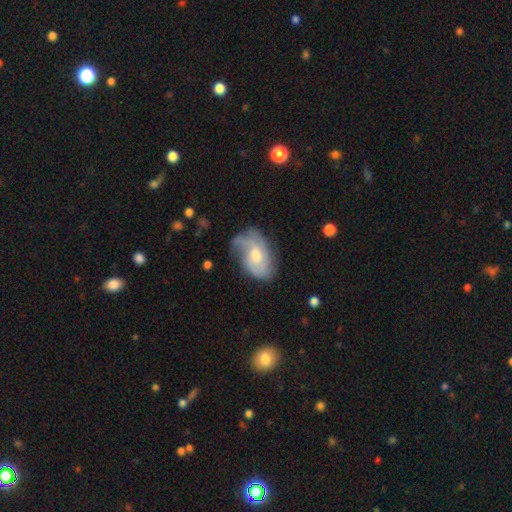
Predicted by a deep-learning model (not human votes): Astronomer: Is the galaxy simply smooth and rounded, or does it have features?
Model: featured or disk — 67%.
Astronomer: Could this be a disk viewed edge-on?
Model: no — 96%.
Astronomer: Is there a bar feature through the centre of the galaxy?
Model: no — 67%.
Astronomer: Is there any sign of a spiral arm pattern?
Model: yes — 87%.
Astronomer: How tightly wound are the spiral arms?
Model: medium — 41% (runner-up: tight, 32%).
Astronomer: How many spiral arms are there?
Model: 2 — 39% (runner-up: can't tell, 28%).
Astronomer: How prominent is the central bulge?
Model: moderate — 66%.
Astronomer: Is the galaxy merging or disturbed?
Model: none — 57%.